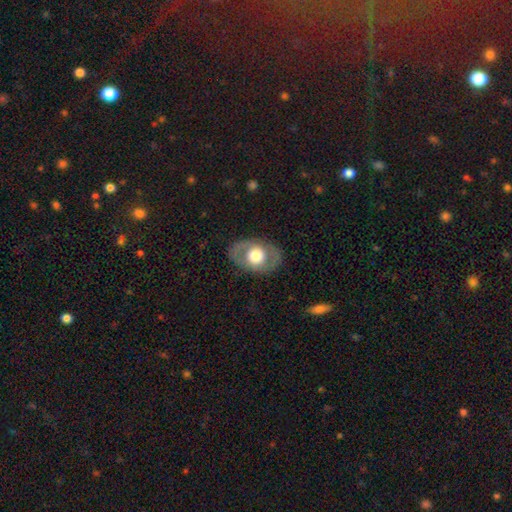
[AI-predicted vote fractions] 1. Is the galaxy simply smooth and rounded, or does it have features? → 48% featured or disk, 46% smooth, 6% star or artifact.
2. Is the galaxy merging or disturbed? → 82% none, 12% minor disturbance, 6% major disturbance, 1% merger.